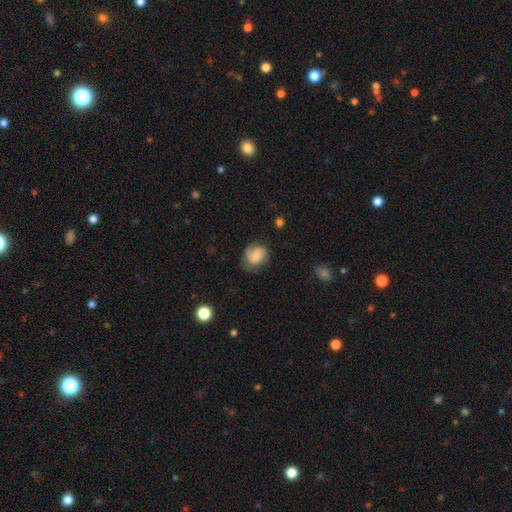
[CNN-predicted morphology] This appears to be a smooth galaxy with no disk features (48%). Merging: none (58%).